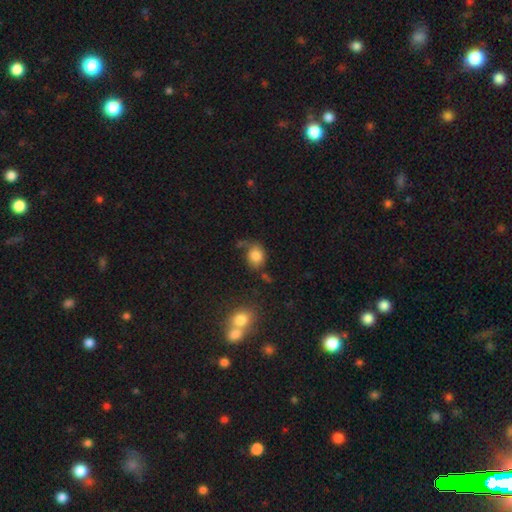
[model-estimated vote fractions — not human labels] A smooth galaxy with no disk features (81%) that is round (59%).

Vote fractions:
- Smooth or featured? smooth: 81% / star or artifact: 10% / featured or disk: 9%
- How rounded? round: 59% / in between: 40% / cigar-shaped: 1%
- Merging? none: 57% / minor disturbance: 23% / major disturbance: 10% / merger: 10%